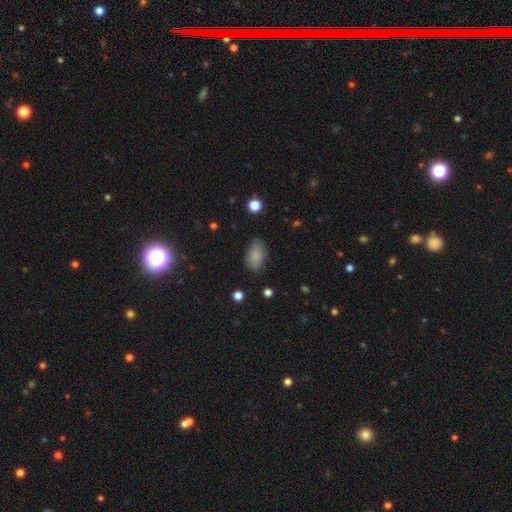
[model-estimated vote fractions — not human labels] Morphology: type=smooth (82%); roundness=in between (92%); merging=none (77%).